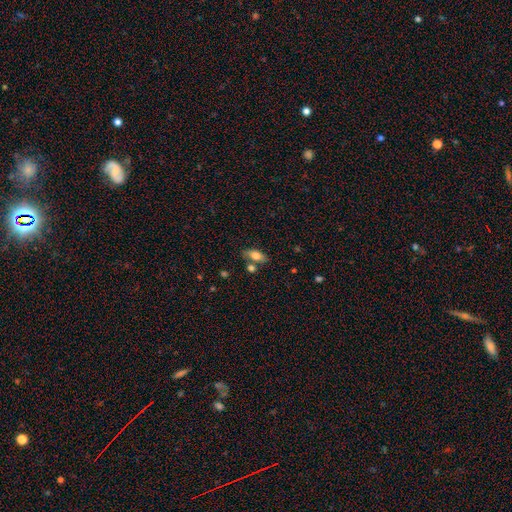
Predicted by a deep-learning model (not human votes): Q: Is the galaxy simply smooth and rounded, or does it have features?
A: smooth — 75%.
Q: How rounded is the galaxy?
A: in between — 84%.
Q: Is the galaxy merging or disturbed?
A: none — 66%.